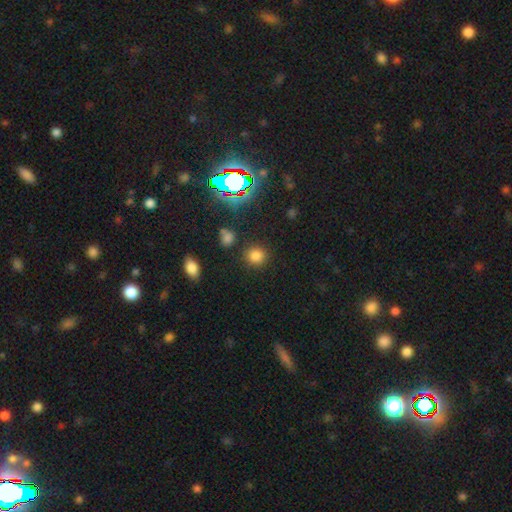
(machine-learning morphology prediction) Smooth or featured: smooth — 76% (star or artifact — 19%)
How rounded: round — 90% (in between — 9%)
Merging: none — 87% (minor disturbance — 7%)